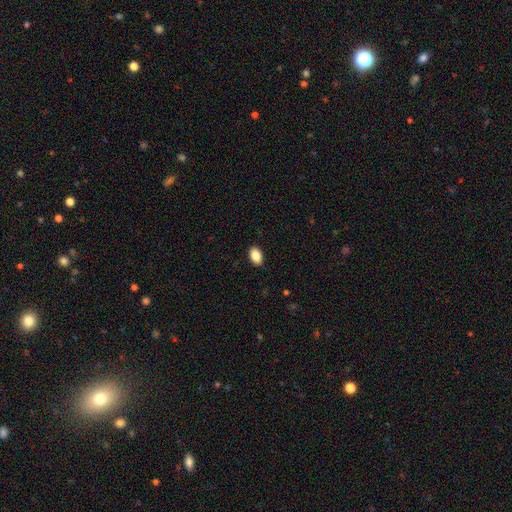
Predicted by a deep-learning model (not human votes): Smooth or featured? Predicted: smooth (p=0.87). How rounded? Predicted: in between (p=0.89). Merging? Predicted: none (p=0.89).